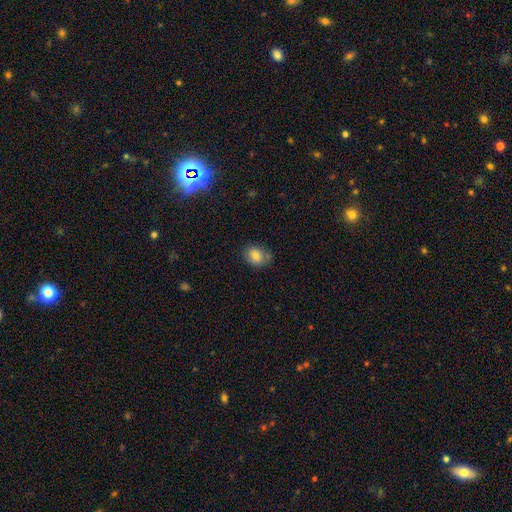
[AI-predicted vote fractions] Smooth or featured? Predicted: smooth (p=0.82). How rounded? Predicted: round (p=0.51). Merging? Predicted: none (p=0.68).